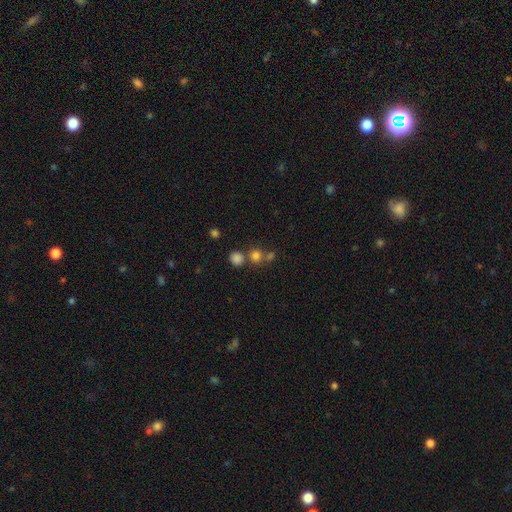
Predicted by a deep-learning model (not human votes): This appears to be a smooth galaxy with no disk features (75%) that is round (90%). Merging: none (62%).